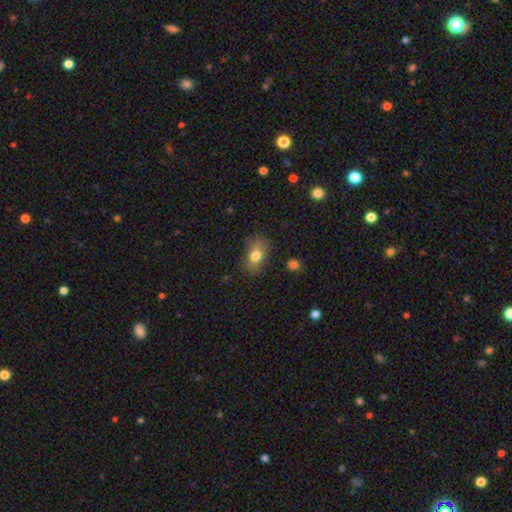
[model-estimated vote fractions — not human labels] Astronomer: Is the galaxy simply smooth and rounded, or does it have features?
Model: smooth — 75%.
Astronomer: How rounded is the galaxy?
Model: in between — 81%.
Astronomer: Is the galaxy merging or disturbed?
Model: none — 74%.